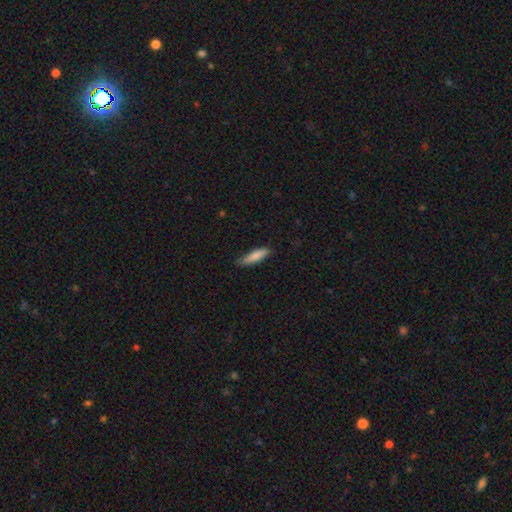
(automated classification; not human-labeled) smooth_or_featured: smooth (p=0.83) [alt: featured or disk p=0.11]
how_rounded: cigar-shaped (p=0.72) [alt: in between p=0.27]
merging: none (p=0.76) [alt: minor disturbance p=0.20]